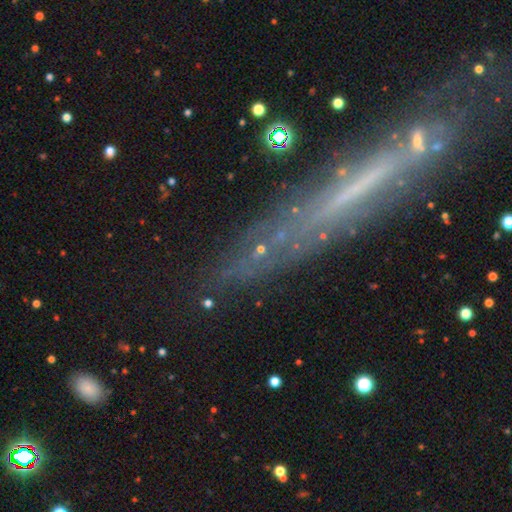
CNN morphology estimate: smooth_or_featured: featured or disk (p=0.52) [alt: smooth p=0.25]
disk_edge_on: yes (p=0.72) [alt: no p=0.28]
merging: none (p=0.73) [alt: minor disturbance p=0.15]